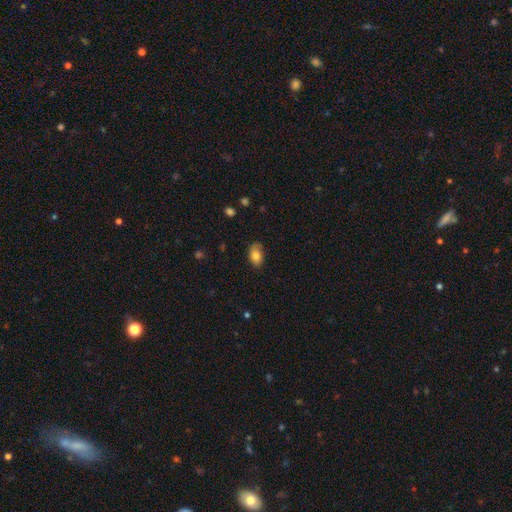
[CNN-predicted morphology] A smooth galaxy with no disk features (84%) that is in between round and cigar-shaped (90%).

Vote fractions:
- Smooth or featured? smooth: 84% / featured or disk: 8% / star or artifact: 8%
- How rounded? in between: 90% / round: 8% / cigar-shaped: 2%
- Merging? none: 78% / minor disturbance: 18% / major disturbance: 3% / merger: 1%